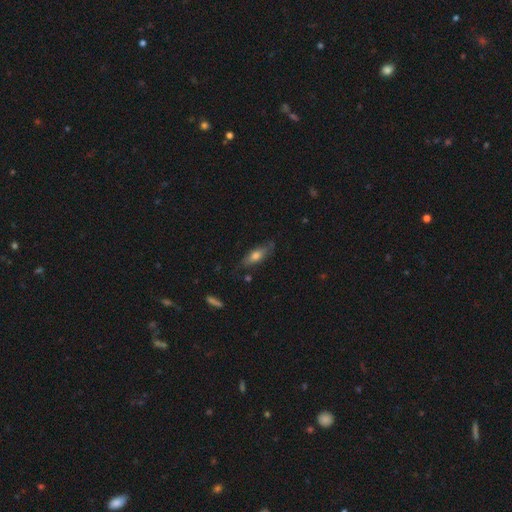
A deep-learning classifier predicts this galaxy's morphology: smooth-or-featured: smooth: 61% | featured or disk: 32% | star or artifact: 7%
  how-rounded: in between: 57% | cigar-shaped: 41% | round: 3%
  merging: none: 72% | minor disturbance: 21% | major disturbance: 5% | merger: 3%